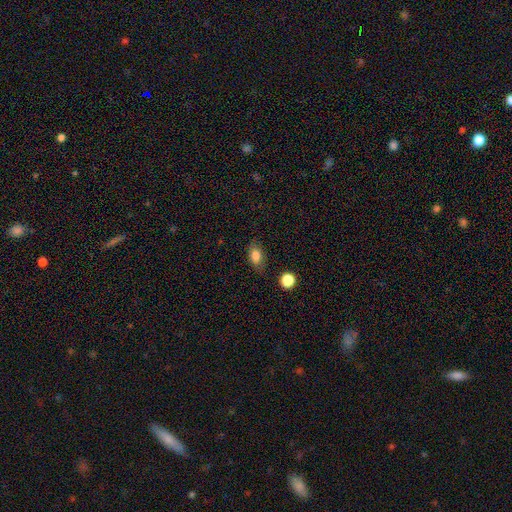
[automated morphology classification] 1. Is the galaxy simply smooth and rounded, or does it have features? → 81% smooth, 9% featured or disk, 9% star or artifact.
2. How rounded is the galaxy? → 85% in between, 12% round, 3% cigar-shaped.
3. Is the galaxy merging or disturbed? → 79% none, 15% minor disturbance, 4% major disturbance, 2% merger.